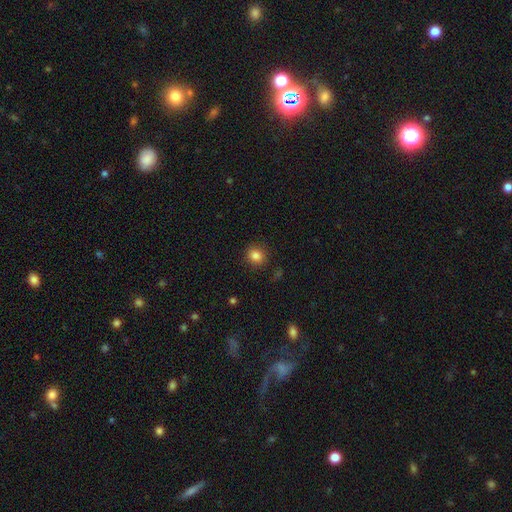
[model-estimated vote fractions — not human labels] smooth-or-featured: smooth: 84% | star or artifact: 11% | featured or disk: 5%
  how-rounded: round: 83% | in between: 16% | cigar-shaped: 1%
  merging: none: 88% | minor disturbance: 8% | major disturbance: 3% | merger: 1%